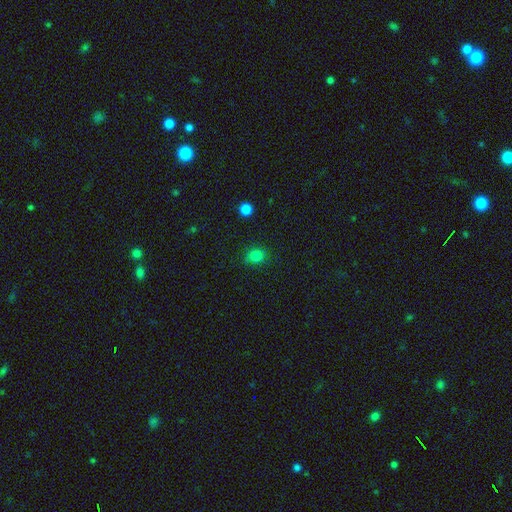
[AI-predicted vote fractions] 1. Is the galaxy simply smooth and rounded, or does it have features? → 82% smooth, 14% star or artifact, 4% featured or disk.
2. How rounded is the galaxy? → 73% round, 26% in between, 1% cigar-shaped.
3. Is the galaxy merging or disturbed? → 82% none, 13% minor disturbance, 3% major disturbance, 1% merger.